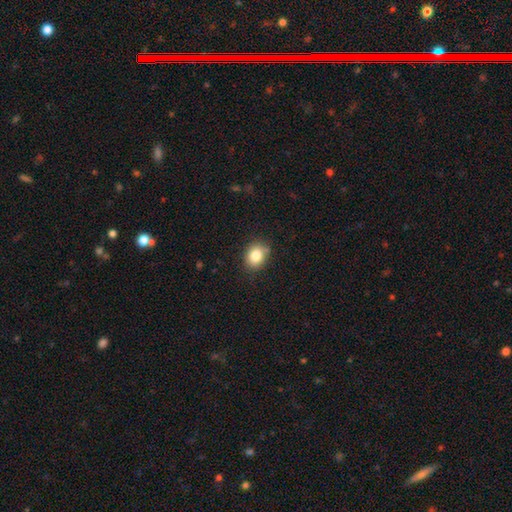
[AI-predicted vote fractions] Smooth or featured: smooth — 83% (star or artifact — 10%)
How rounded: in between — 52% (round — 47%)
Merging: none — 81% (minor disturbance — 14%)